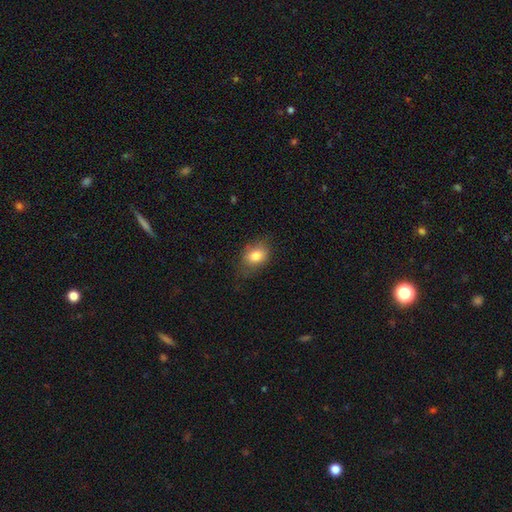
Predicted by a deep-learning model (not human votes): Overall: smooth (81%). How rounded: in between (71%). Merging: none (69%).